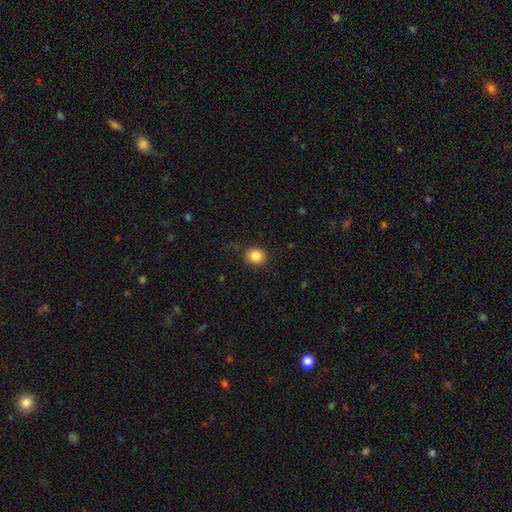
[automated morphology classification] A smooth galaxy with no disk features (84%) that is round (76%).

Vote fractions:
- Smooth or featured? smooth: 84% / star or artifact: 10% / featured or disk: 5%
- How rounded? round: 76% / in between: 23% / cigar-shaped: 1%
- Merging? none: 86% / minor disturbance: 10% / major disturbance: 3% / merger: 1%